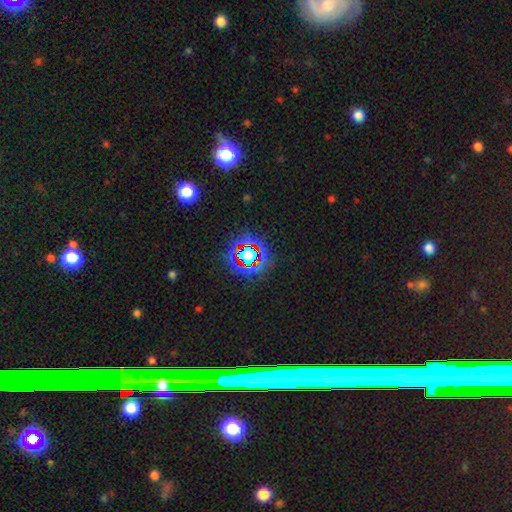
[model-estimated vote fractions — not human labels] A star or artifact, not a galaxy (72%).

Vote fractions:
- Smooth or featured? star or artifact: 72% / smooth: 16% / featured or disk: 12%